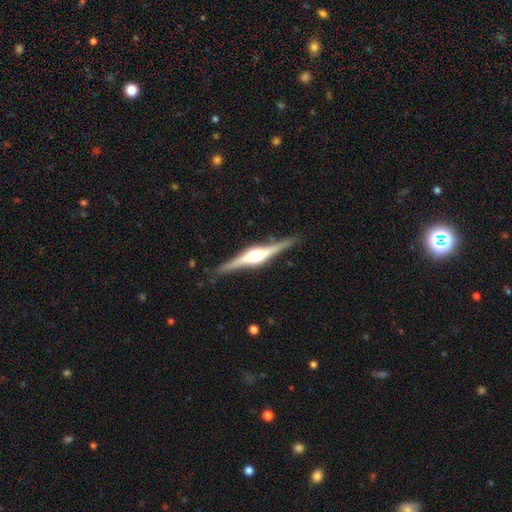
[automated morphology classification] Smooth or featured? featured or disk (83%)
Edge-on disk? yes (98%)
Edge-on bulge? rounded (89%)
Merging? none (88%)